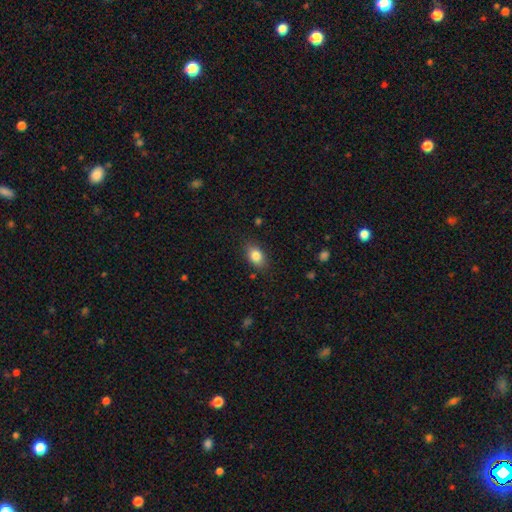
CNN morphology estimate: A smooth galaxy with no disk features (84%) that is in between round and cigar-shaped (84%). Merging: none (82%).